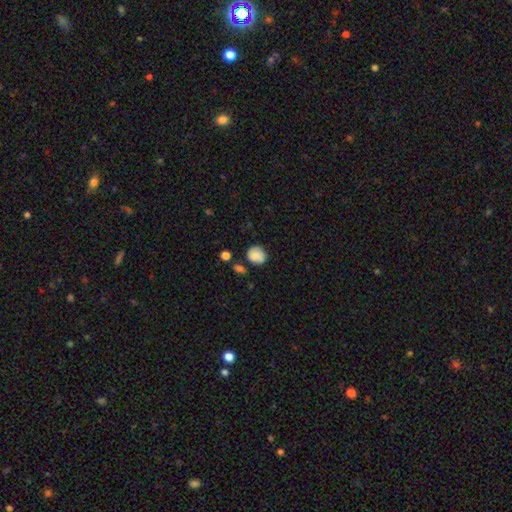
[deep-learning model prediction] A smooth galaxy with no disk features (78%) that is round (73%). Merging: none (66%).